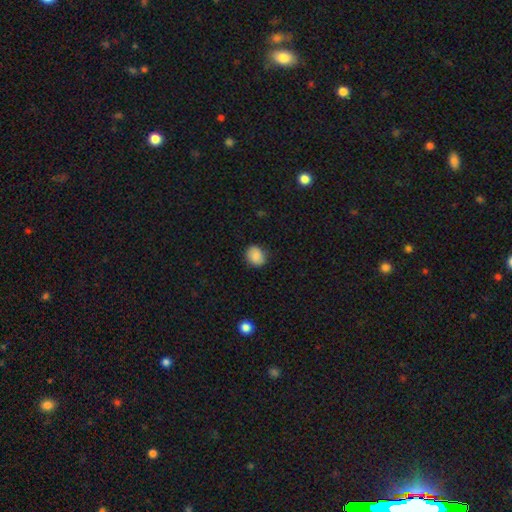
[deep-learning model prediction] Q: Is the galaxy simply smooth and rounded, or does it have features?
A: smooth — 88%.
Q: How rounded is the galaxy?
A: round — 57%.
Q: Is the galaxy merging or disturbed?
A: none — 82%.